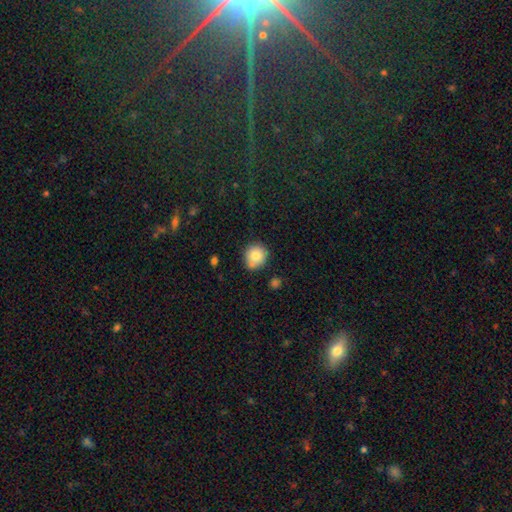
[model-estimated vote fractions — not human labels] smooth_or_featured: smooth (p=0.81) [alt: featured or disk p=0.10]
how_rounded: round (p=0.85) [alt: in between p=0.14]
merging: none (p=0.72) [alt: minor disturbance p=0.18]